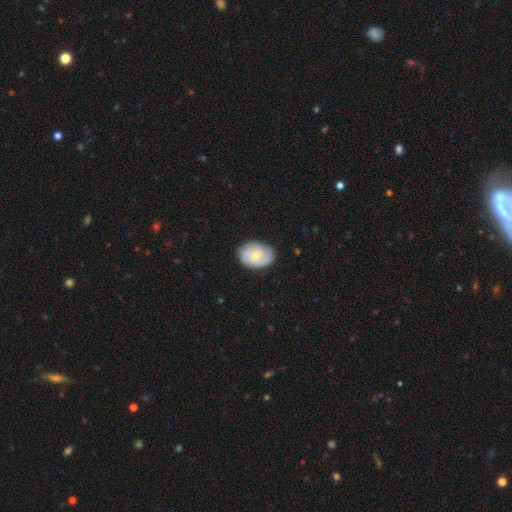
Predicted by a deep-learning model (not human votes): Smooth or featured?
  - featured or disk: 58% *
  - smooth: 36%
  - star or artifact: 6%
Edge-on disk?
  - no: 97% *
  - yes: 3%
Bar?
  - no: 69% *
  - weak: 27%
  - strong: 4%
Spiral arms?
  - yes: 88% *
  - no: 12%
Bulge size?
  - small: 51% *
  - moderate: 45%
  - large: 2%
  - none: 1%
  - dominant: 1%
Merging?
  - none: 82% *
  - minor disturbance: 14%
  - major disturbance: 3%
  - merger: 1%